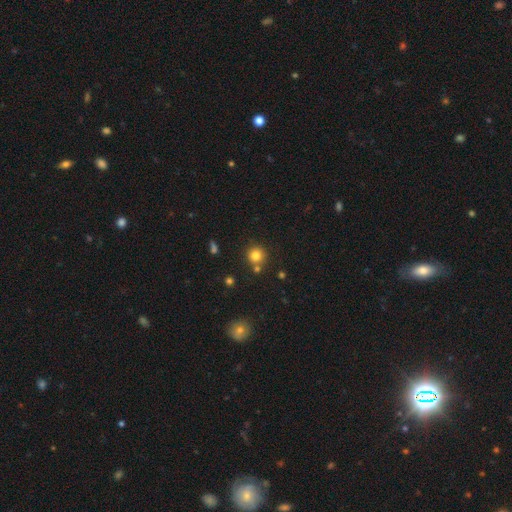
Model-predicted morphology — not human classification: Smooth or featured? Predicted: smooth (p=0.80). How rounded? Predicted: round (p=0.92). Merging? Predicted: none (p=0.76).